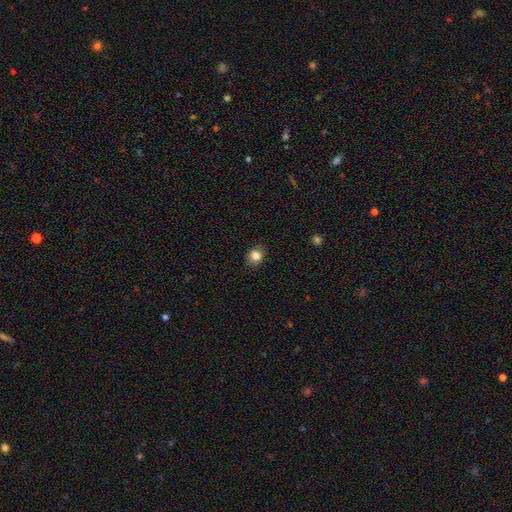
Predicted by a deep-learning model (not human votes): Smooth or featured: smooth — 84% (star or artifact — 11%)
How rounded: round — 73% (in between — 26%)
Merging: none — 86% (minor disturbance — 10%)